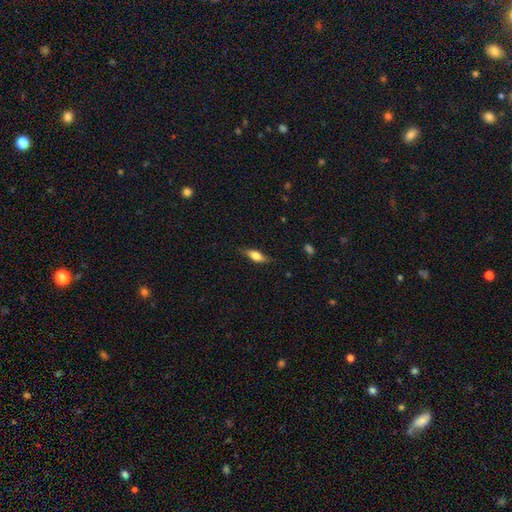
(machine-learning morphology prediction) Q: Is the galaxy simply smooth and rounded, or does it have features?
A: smooth — 65%.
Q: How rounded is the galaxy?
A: in between — 65%.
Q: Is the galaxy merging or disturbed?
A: none — 77%.